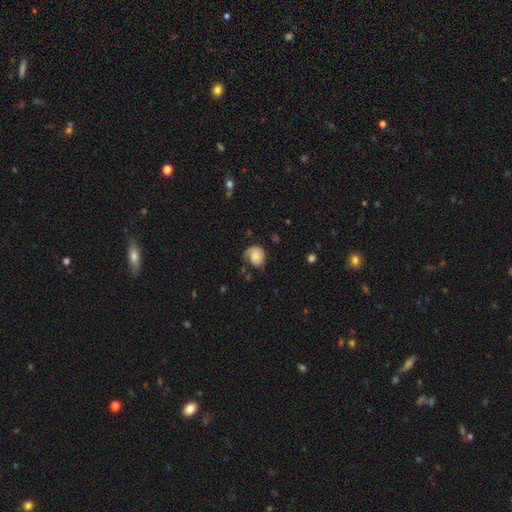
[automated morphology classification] Smooth or featured?
  - smooth: 50% *
  - featured or disk: 43%
  - star or artifact: 8%
Merging?
  - none: 52% *
  - minor disturbance: 28%
  - major disturbance: 18%
  - merger: 2%